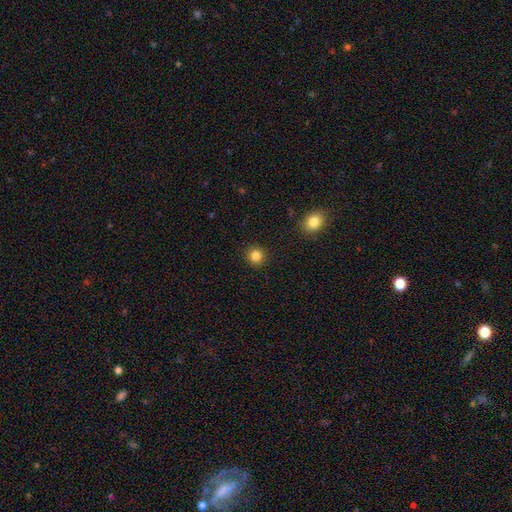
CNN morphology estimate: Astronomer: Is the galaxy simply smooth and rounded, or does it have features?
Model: smooth — 83%.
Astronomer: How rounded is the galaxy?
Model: round — 93%.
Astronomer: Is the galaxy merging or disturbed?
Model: none — 92%.